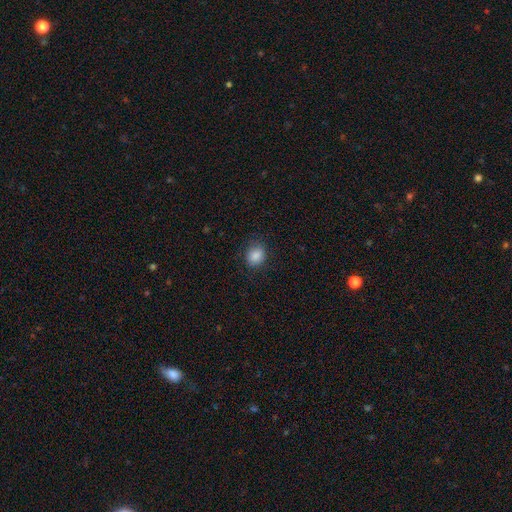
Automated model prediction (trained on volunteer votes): Smooth or featured? smooth (86%)
How rounded? round (55%)
Merging? none (82%)